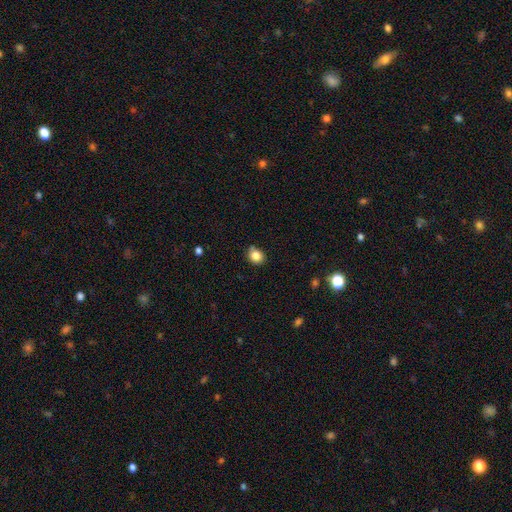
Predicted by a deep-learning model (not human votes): Smooth or featured?
  - smooth: 83% *
  - star or artifact: 11%
  - featured or disk: 6%
How rounded?
  - round: 65% *
  - in between: 34%
  - cigar-shaped: 1%
Merging?
  - none: 76% *
  - minor disturbance: 18%
  - merger: 3%
  - major disturbance: 3%